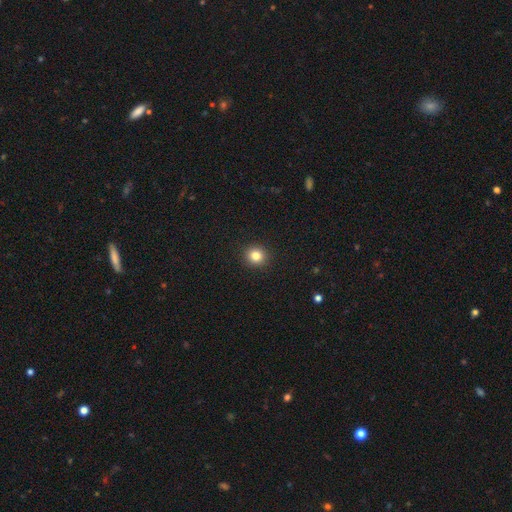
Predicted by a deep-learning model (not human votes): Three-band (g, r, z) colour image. It shows a smooth galaxy with no disk features (83%) that is round (90%). Merging: none (92%).